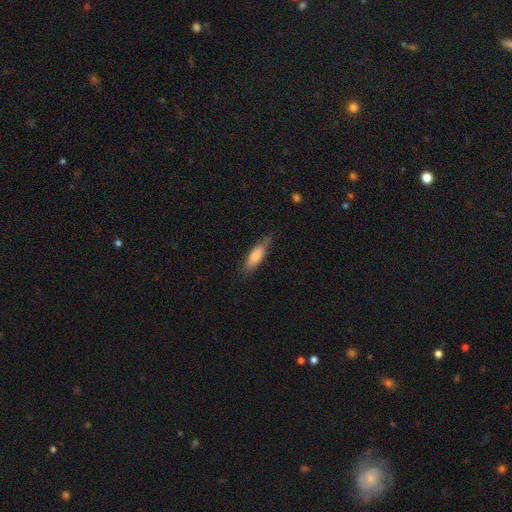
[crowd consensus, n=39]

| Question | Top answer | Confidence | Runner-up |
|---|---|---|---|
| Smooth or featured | smooth | 74% | featured or disk (26%) |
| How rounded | in between | 62% | cigar-shaped (34%) |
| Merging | none | 72% | minor disturbance (18%) |